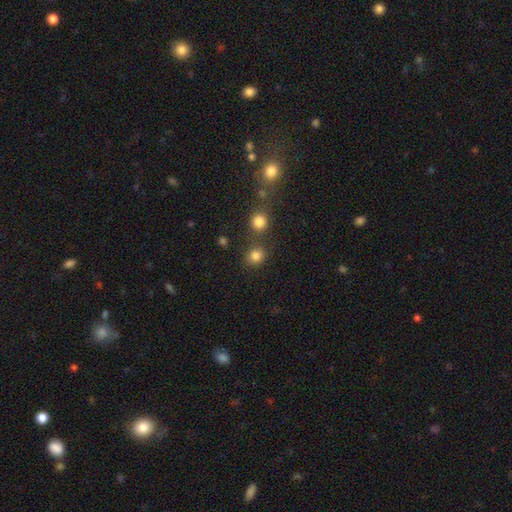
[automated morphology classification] Q: Smooth or featured?
A: smooth (81%); runner-up: star or artifact (14%)
Q: How rounded?
A: round (76%); runner-up: in between (23%)
Q: Merging?
A: none (68%); runner-up: merger (17%)